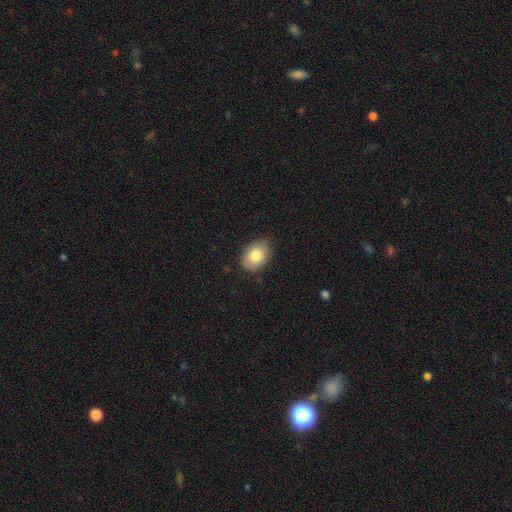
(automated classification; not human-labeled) smooth-or-featured: smooth: 82% | featured or disk: 11% | star or artifact: 8%
  how-rounded: in between: 75% | round: 24% | cigar-shaped: 1%
  merging: none: 82% | minor disturbance: 15% | major disturbance: 3% | merger: 1%